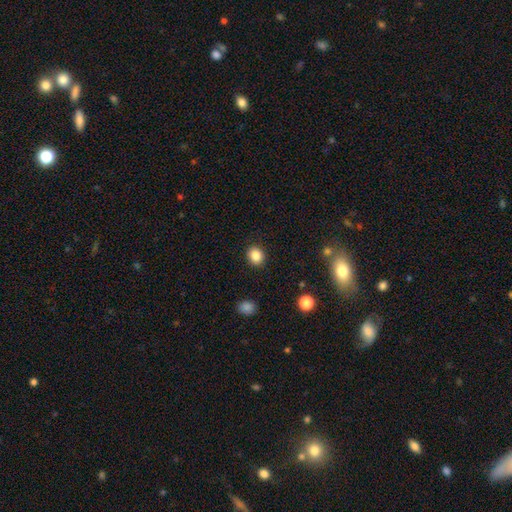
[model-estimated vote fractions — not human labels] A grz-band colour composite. It shows a smooth galaxy with no disk features (86%) that is round (66%). Merging: none (90%).